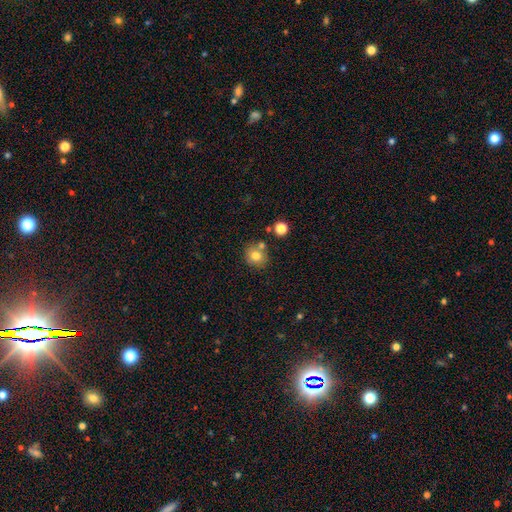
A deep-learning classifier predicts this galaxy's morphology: type=smooth (77%); roundness=round (85%); merging=none (70%).